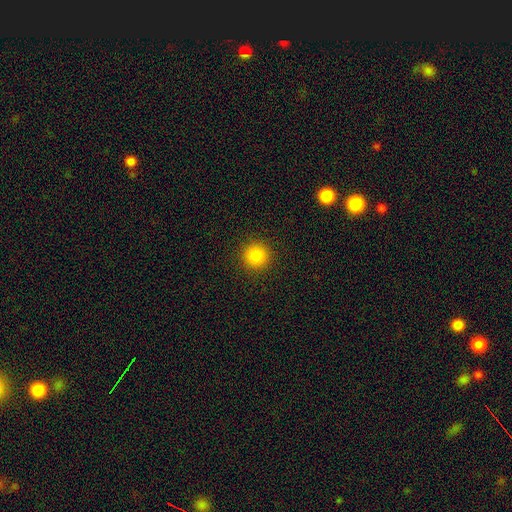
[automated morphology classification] Smooth or featured: smooth — 85% (star or artifact — 11%)
How rounded: round — 95% (in between — 4%)
Merging: none — 92% (minor disturbance — 5%)